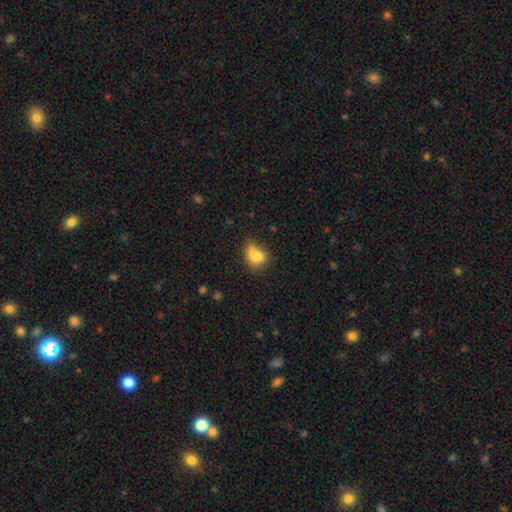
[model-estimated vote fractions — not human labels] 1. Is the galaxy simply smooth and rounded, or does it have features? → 75% smooth, 14% featured or disk, 11% star or artifact.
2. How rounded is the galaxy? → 65% in between, 32% round, 3% cigar-shaped.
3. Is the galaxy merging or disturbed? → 38% none, 29% minor disturbance, 19% merger, 14% major disturbance.